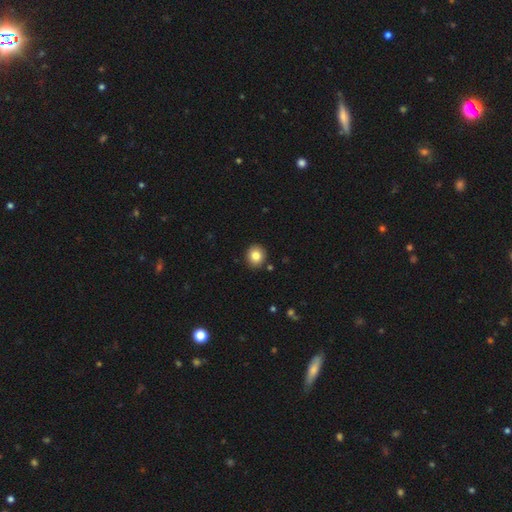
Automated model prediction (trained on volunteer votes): A smooth galaxy with no disk features (83%) that is round (79%).

Vote fractions:
- Smooth or featured? smooth: 83% / star or artifact: 10% / featured or disk: 7%
- How rounded? round: 79% / in between: 20% / cigar-shaped: 1%
- Merging? none: 90% / minor disturbance: 7% / merger: 2% / major disturbance: 2%